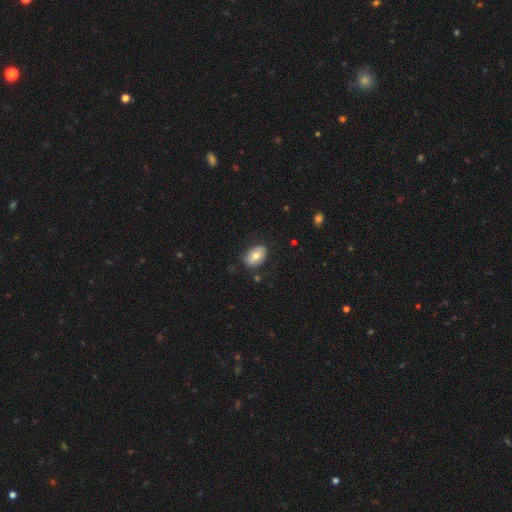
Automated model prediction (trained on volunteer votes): A smooth galaxy with no disk features (72%) that is in between round and cigar-shaped (84%).

Vote fractions:
- Smooth or featured? smooth: 72% / featured or disk: 20% / star or artifact: 7%
- How rounded? in between: 84% / round: 15% / cigar-shaped: 1%
- Merging? none: 81% / minor disturbance: 14% / major disturbance: 3% / merger: 1%